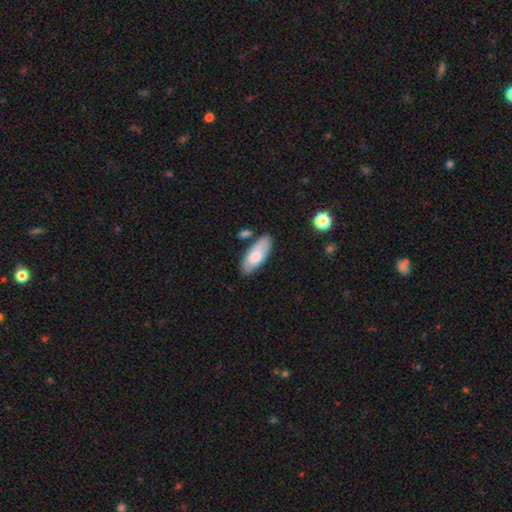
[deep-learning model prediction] This appears to be a smooth galaxy with no disk features (77%) that is in between round and cigar-shaped (80%). Merging: none (76%).